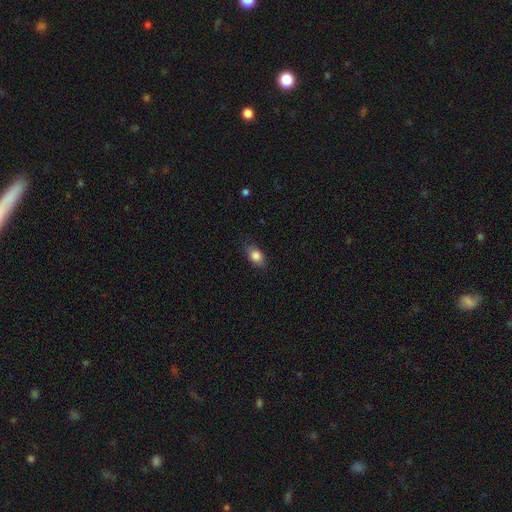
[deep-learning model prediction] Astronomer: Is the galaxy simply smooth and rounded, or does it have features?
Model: smooth — 83%.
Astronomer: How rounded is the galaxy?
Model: in between — 80%.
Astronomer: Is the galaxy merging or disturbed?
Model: none — 80%.